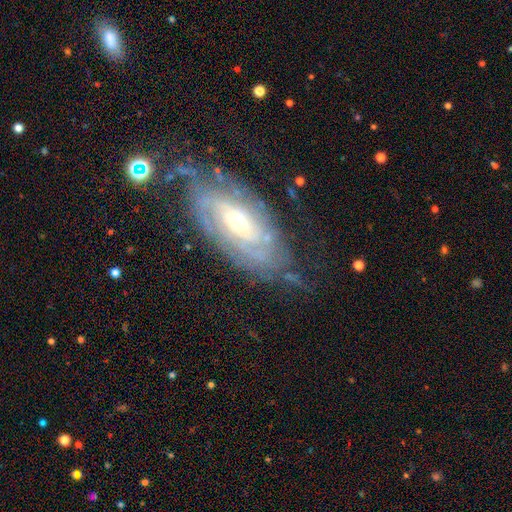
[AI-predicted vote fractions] This is clearly a featured or disk galaxy (83%). It is clearly not viewed edge-on (91%). Bar: possibly no (49%). Spiral arm pattern: clearly yes (93%). Spiral arm count: possibly can't tell (48%). Spiral winding: likely tight (71%). Central bulge: possibly moderate (51%). Merging: likely none (68%).